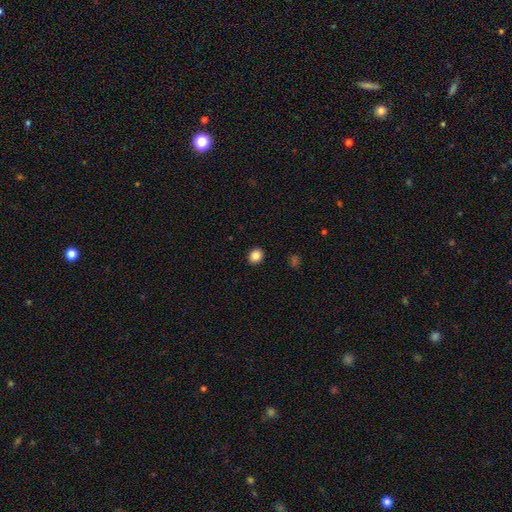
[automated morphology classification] A smooth galaxy with no disk features (86%) that is round (69%).

Vote fractions:
- Smooth or featured? smooth: 86% / star or artifact: 10% / featured or disk: 5%
- How rounded? round: 69% / in between: 30% / cigar-shaped: 1%
- Merging? none: 92% / minor disturbance: 6% / major disturbance: 2% / merger: 1%